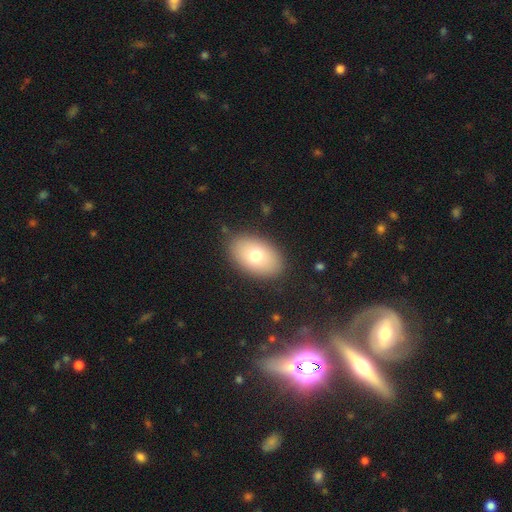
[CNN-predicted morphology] smooth-or-featured: smooth: 73% | featured or disk: 19% | star or artifact: 9%
  how-rounded: in between: 89% | round: 10% | cigar-shaped: 1%
  merging: none: 86% | minor disturbance: 9% | major disturbance: 3% | merger: 1%